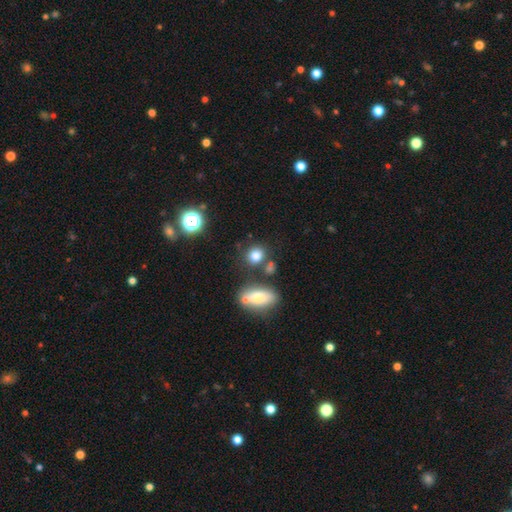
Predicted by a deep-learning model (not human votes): Morphology: type=smooth (79%); roundness=round (74%); merging=none (71%).